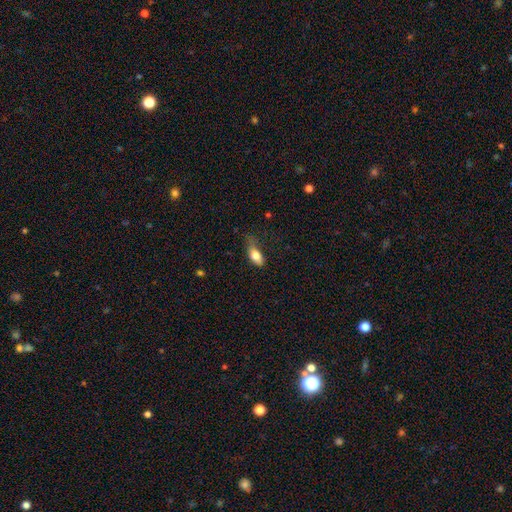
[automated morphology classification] Q: Smooth or featured?
A: smooth (78%); runner-up: featured or disk (14%)
Q: How rounded?
A: in between (81%); runner-up: cigar-shaped (13%)
Q: Merging?
A: minor disturbance (41%); runner-up: none (33%)